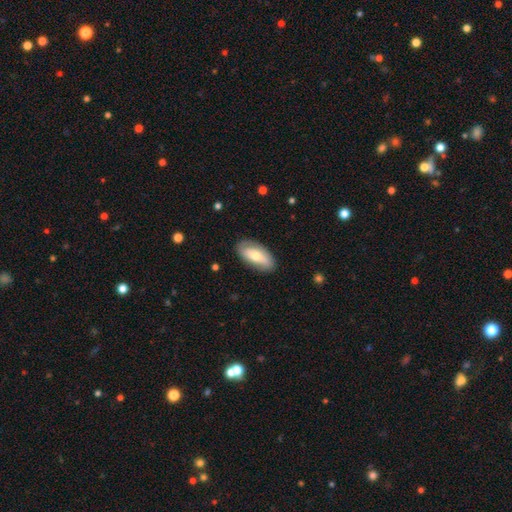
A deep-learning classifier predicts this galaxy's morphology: This appears to be a smooth galaxy with no disk features (59%) that is in between round and cigar-shaped (90%). Merging: none (80%).